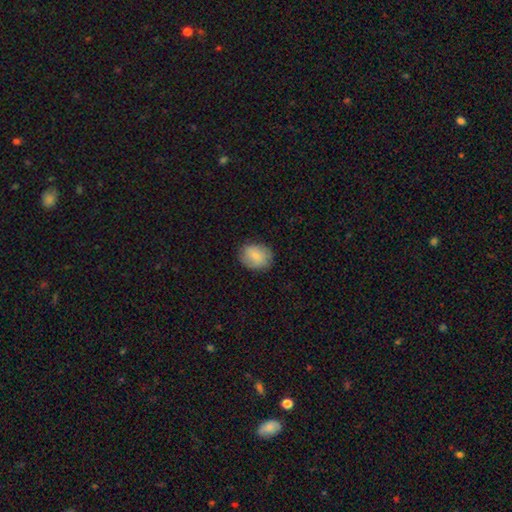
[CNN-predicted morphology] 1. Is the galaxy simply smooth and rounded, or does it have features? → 80% smooth, 13% featured or disk, 7% star or artifact.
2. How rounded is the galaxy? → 50% in between, 49% round, 1% cigar-shaped.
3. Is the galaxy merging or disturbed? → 81% none, 15% minor disturbance, 4% major disturbance, 1% merger.